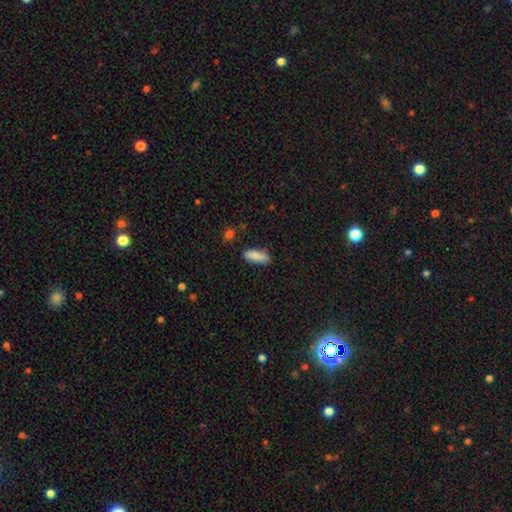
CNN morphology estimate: Smooth or featured: smooth — 86% (star or artifact — 7%)
How rounded: in between — 72% (cigar-shaped — 26%)
Merging: none — 68% (minor disturbance — 23%)